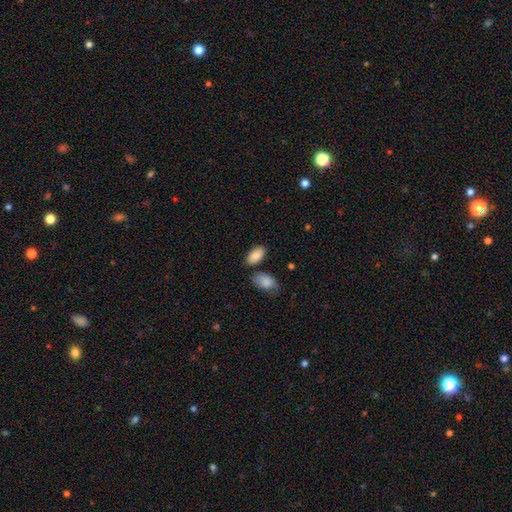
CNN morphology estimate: Overall: smooth (85%). How rounded: in between (94%). Merging: none (72%).